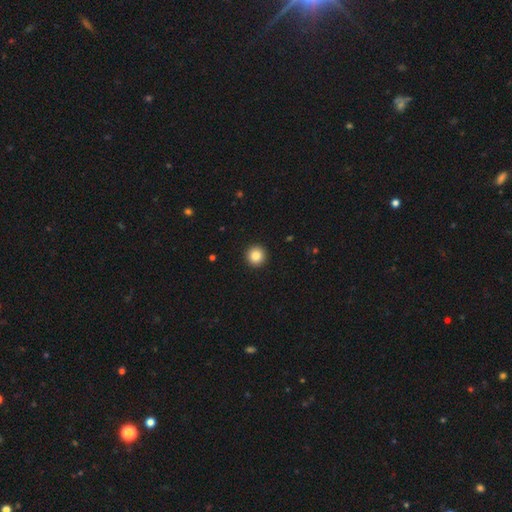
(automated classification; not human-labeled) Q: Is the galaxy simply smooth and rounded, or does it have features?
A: smooth — 85%.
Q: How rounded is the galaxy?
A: round — 96%.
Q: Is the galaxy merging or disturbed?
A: none — 94%.